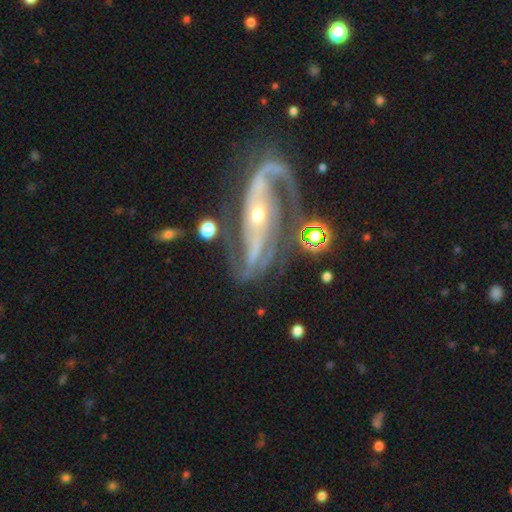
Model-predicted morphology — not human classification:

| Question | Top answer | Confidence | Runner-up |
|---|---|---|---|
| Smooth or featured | featured or disk | 90% | star or artifact (6%) |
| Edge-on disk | no | 95% | yes (5%) |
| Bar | no | 44% | strong (32%) |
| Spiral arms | yes | 97% | no (3%) |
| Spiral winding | medium | 47% | loose (29%) |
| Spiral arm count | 2 | 76% | 3 (7%) |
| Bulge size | small | 70% | moderate (26%) |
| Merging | none | 56% | minor disturbance (19%) |